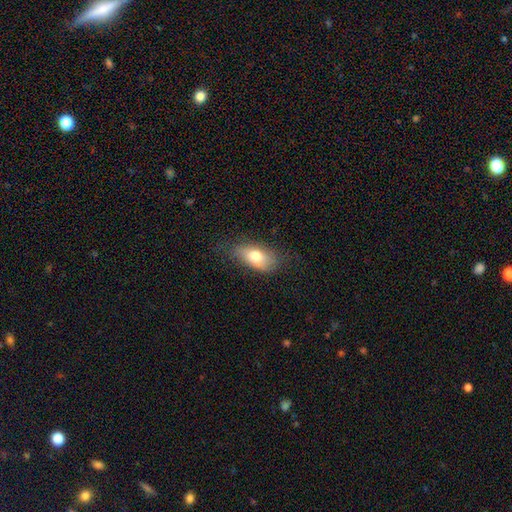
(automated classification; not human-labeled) smooth_or_featured: smooth (p=0.73) [alt: featured or disk p=0.19]
how_rounded: in between (p=0.88) [alt: round p=0.07]
merging: none (p=0.67) [alt: minor disturbance p=0.24]